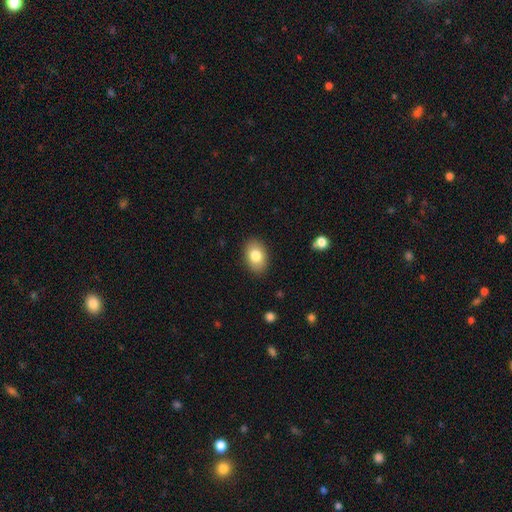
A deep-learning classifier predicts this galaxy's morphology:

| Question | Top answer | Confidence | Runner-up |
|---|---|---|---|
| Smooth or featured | smooth | 81% | featured or disk (11%) |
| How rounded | in between | 83% | round (16%) |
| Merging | none | 88% | minor disturbance (9%) |